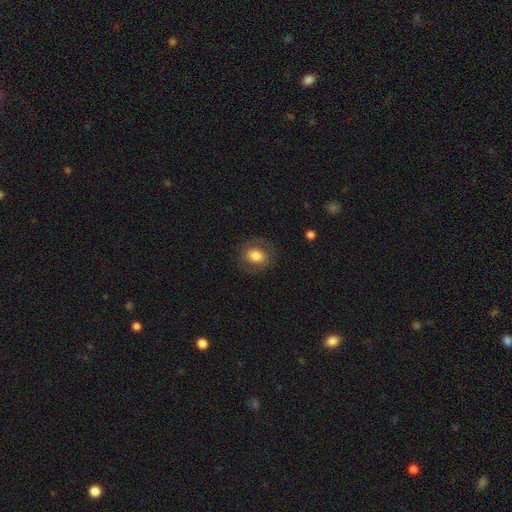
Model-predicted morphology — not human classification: A smooth galaxy with no disk features (65%) that is round (55%).

Vote fractions:
- Smooth or featured? smooth: 65% / featured or disk: 27% / star or artifact: 8%
- How rounded? round: 55% / in between: 44% / cigar-shaped: 1%
- Merging? none: 80% / minor disturbance: 12% / major disturbance: 7% / merger: 1%